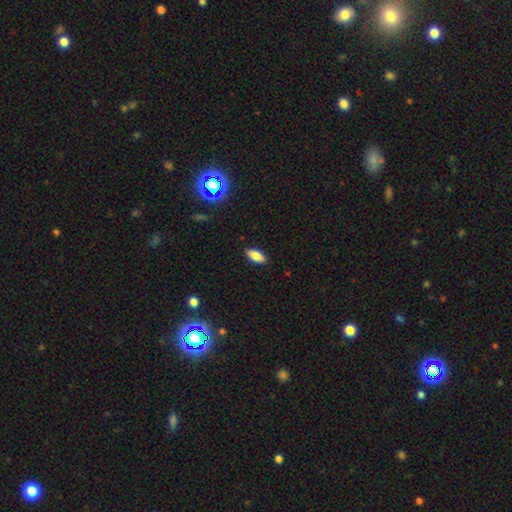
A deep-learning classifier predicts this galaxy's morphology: Smooth or featured? smooth (78%)
How rounded? in between (82%)
Merging? none (89%)